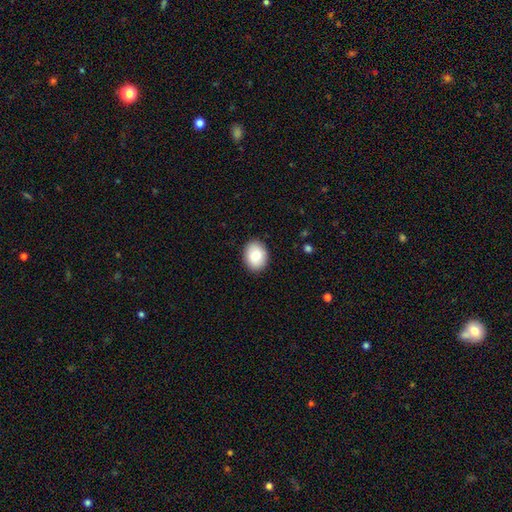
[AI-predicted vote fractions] A smooth galaxy with no disk features (82%) that is in between round and cigar-shaped (66%).

Vote fractions:
- Smooth or featured? smooth: 82% / featured or disk: 11% / star or artifact: 7%
- How rounded? in between: 66% / round: 33% / cigar-shaped: 1%
- Merging? none: 89% / minor disturbance: 8% / major disturbance: 2% / merger: 1%